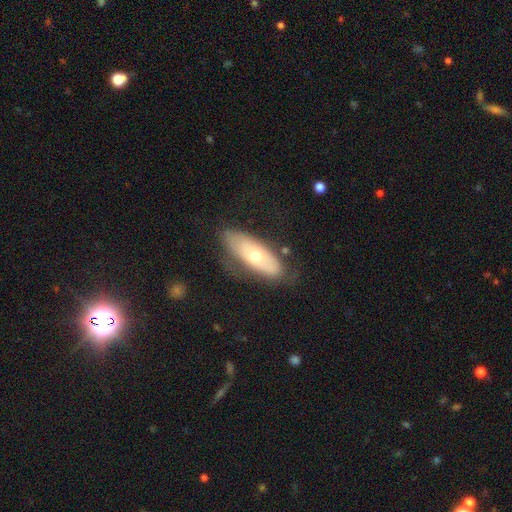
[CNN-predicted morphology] This is possibly a smooth galaxy (50%). How rounded: likely in between (71%). Merging: likely none (63%).